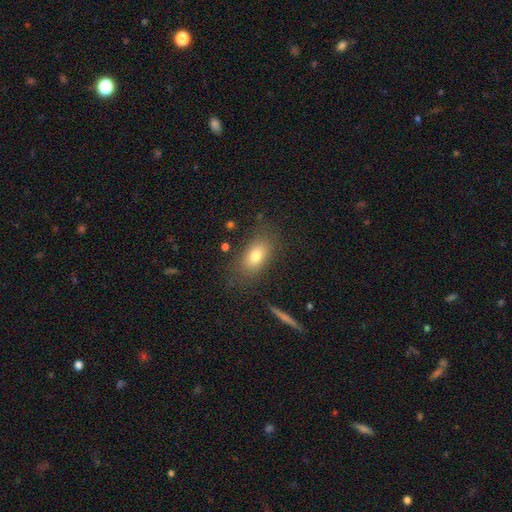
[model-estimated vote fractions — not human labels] Smooth or featured? Predicted: smooth (p=0.75). How rounded? Predicted: in between (p=0.83). Merging? Predicted: none (p=0.78).